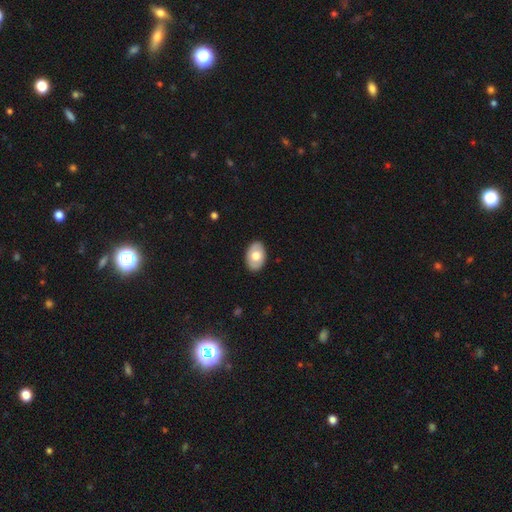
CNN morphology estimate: Q: Smooth or featured?
A: smooth (65%); runner-up: featured or disk (29%)
Q: How rounded?
A: in between (87%); runner-up: round (12%)
Q: Merging?
A: none (87%); runner-up: minor disturbance (10%)